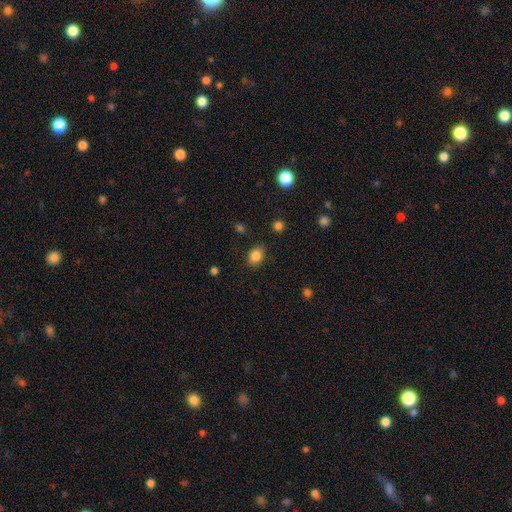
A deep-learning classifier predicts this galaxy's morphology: Smooth or featured? smooth (85%)
How rounded? in between (57%)
Merging? none (84%)